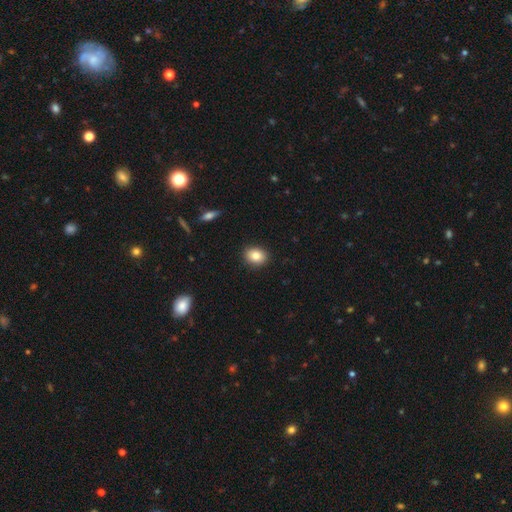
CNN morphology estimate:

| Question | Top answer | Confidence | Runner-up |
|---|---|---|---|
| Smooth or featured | smooth | 84% | star or artifact (9%) |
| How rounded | round | 50% | in between (48%) |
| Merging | none | 90% | minor disturbance (7%) |